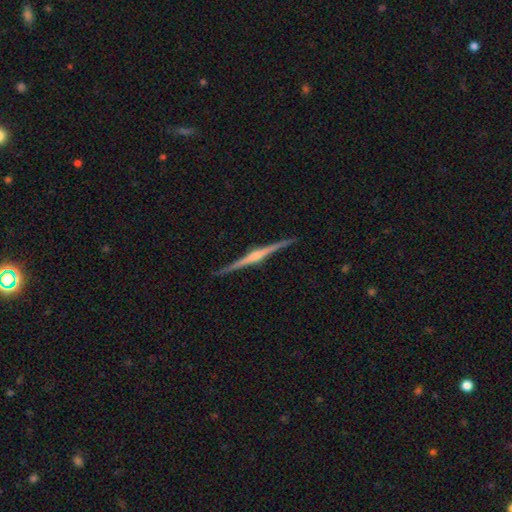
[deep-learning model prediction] Smooth or featured? featured or disk (86%)
Edge-on disk? yes (99%)
Edge-on bulge? rounded (77%)
Merging? none (92%)